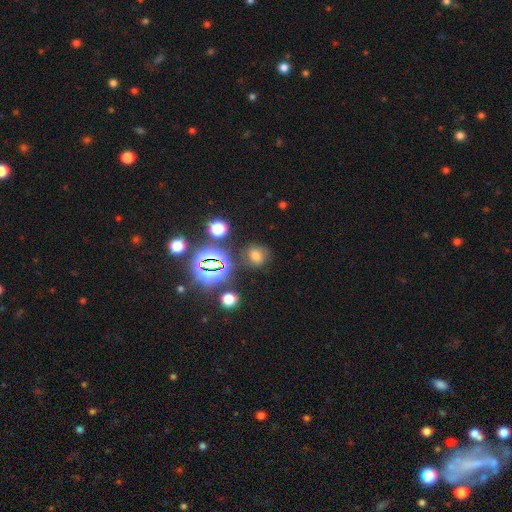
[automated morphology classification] Smooth or featured?
  - smooth: 58% *
  - star or artifact: 30%
  - featured or disk: 13%
How rounded?
  - round: 74% *
  - in between: 24%
  - cigar-shaped: 1%
Merging?
  - none: 76% *
  - minor disturbance: 13%
  - major disturbance: 6%
  - merger: 5%